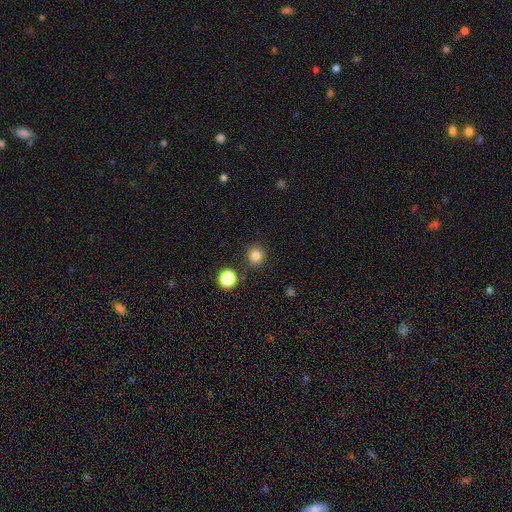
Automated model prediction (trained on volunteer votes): This appears to be a smooth galaxy with no disk features (81%) that is round (93%). Merging: none (87%).